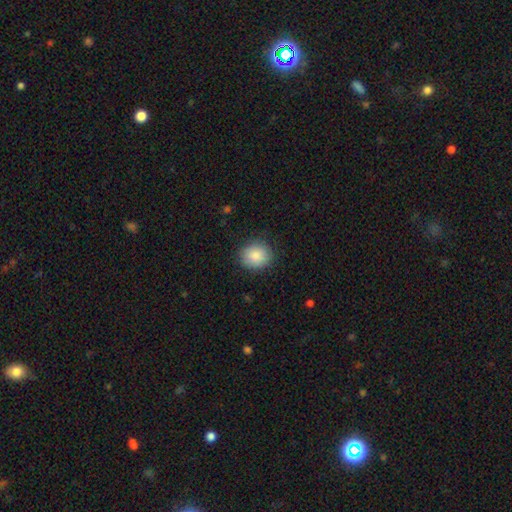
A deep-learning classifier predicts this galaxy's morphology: smooth 87%, star or artifact 8%, featured or disk 5%. Down the decision tree: how rounded — round (73%); merging — none (86%).